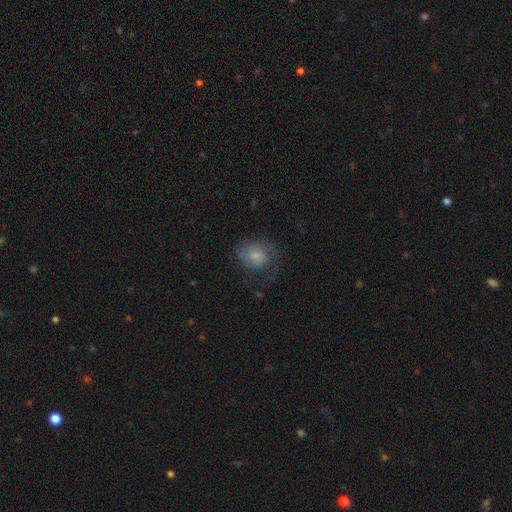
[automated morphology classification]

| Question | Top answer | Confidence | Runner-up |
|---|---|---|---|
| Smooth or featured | smooth | 55% | featured or disk (35%) |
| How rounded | round | 55% | in between (44%) |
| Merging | none | 48% | major disturbance (27%) |